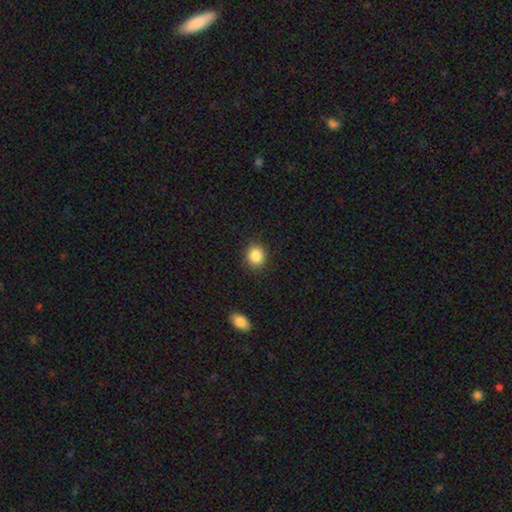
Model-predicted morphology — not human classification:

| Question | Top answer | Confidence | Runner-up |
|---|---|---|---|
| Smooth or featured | smooth | 86% | star or artifact (9%) |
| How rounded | round | 80% | in between (20%) |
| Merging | none | 89% | minor disturbance (7%) |